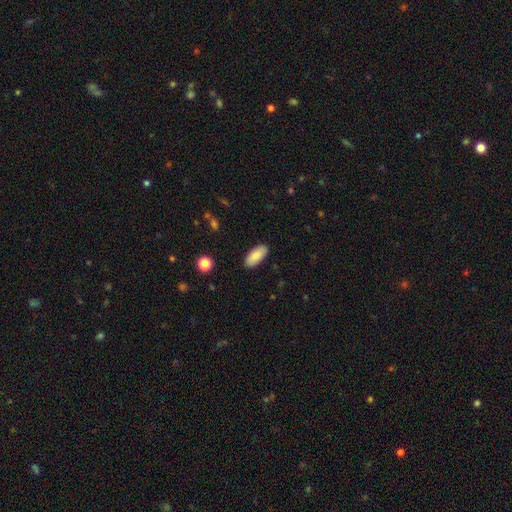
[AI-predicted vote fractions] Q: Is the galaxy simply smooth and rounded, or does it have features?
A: smooth — 88%.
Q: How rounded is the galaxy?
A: in between — 88%.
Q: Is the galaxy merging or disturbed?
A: none — 89%.